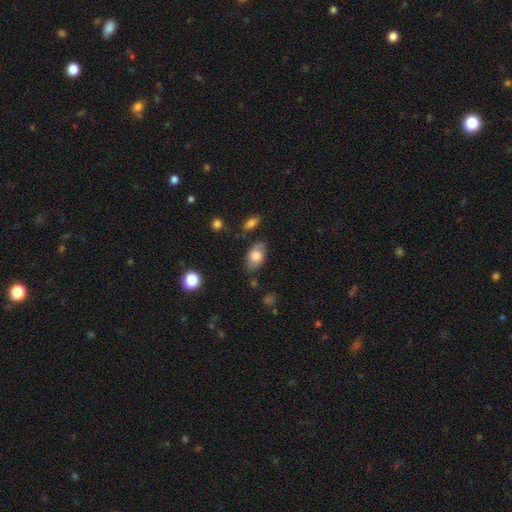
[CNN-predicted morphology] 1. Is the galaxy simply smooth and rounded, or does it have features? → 75% smooth, 18% featured or disk, 7% star or artifact.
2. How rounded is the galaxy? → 92% in between, 6% round, 2% cigar-shaped.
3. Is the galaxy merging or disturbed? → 75% none, 17% minor disturbance, 5% major disturbance, 3% merger.